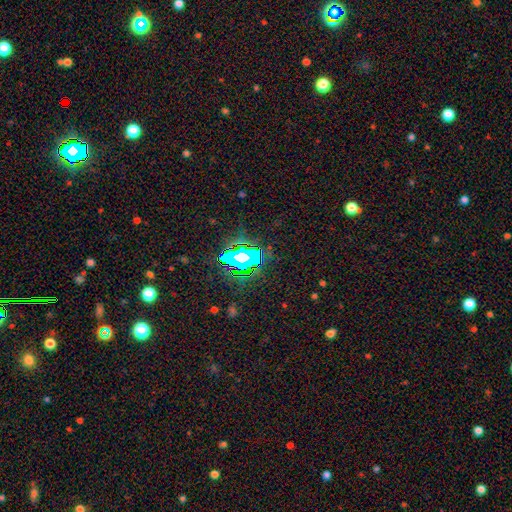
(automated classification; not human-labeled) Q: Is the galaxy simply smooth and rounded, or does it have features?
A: star or artifact — 82%.